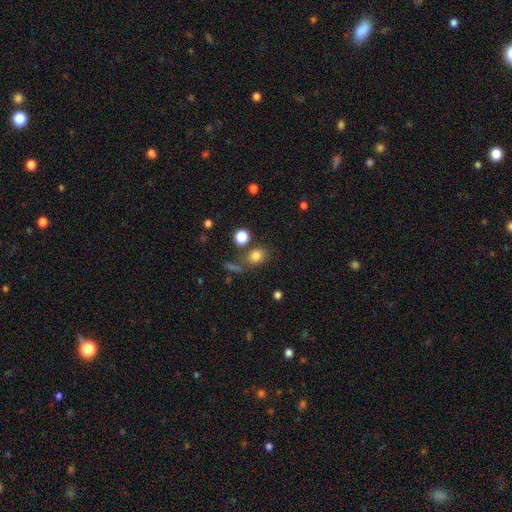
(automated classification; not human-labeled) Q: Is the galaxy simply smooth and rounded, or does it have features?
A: smooth — 81%.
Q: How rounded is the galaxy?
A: round — 52%.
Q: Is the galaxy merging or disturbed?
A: none — 67%.